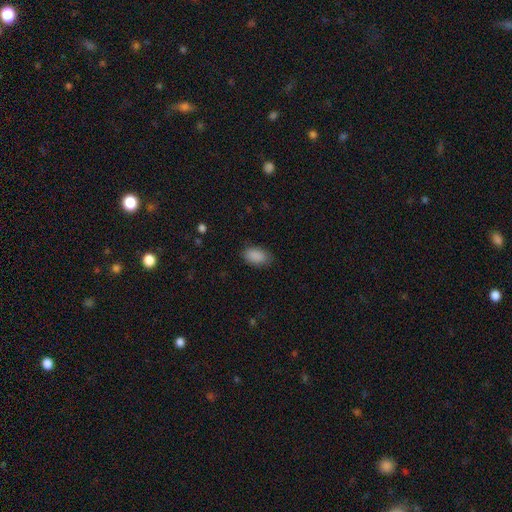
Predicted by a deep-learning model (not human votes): The model was most divided on "merging": none: 82%, minor disturbance: 13%, major disturbance: 3%, merger: 1%. More confident: how rounded — in between (92%); smooth or featured — smooth (89%).